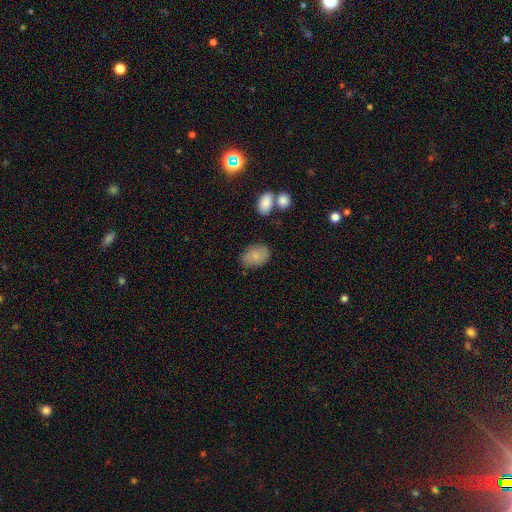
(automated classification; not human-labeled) Q: Smooth or featured?
A: smooth (82%); runner-up: featured or disk (11%)
Q: How rounded?
A: in between (83%); runner-up: round (15%)
Q: Merging?
A: none (78%); runner-up: minor disturbance (14%)